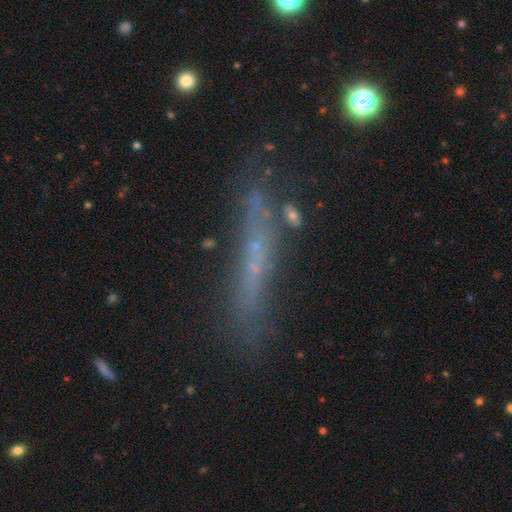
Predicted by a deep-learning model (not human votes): The model was most divided on "smooth or featured": featured or disk: 47%, smooth: 39%, star or artifact: 14%. More confident: merging — none (71%).